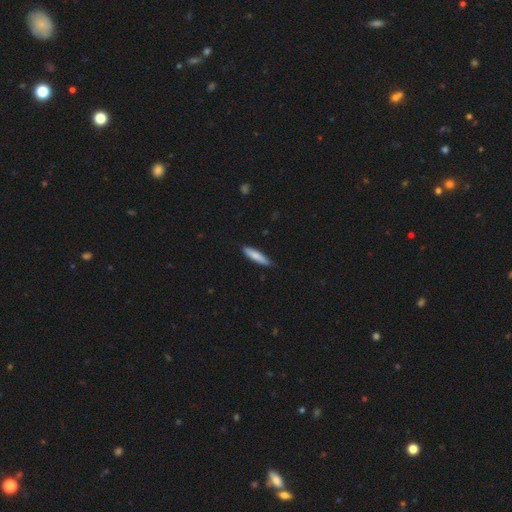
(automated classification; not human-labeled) Morphology: type=smooth (81%); roundness=cigar-shaped (82%); merging=none (88%).